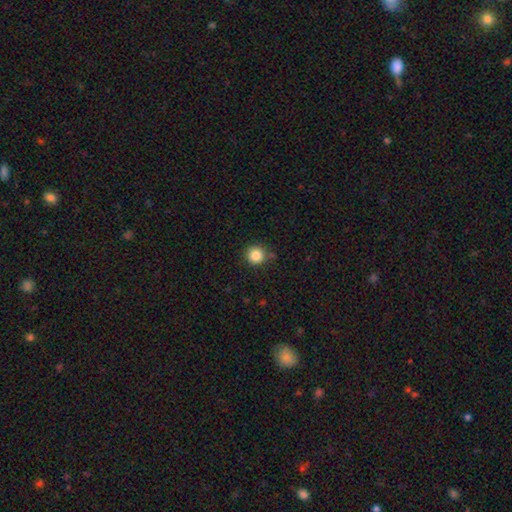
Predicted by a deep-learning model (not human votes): The model was most divided on "smooth or featured": smooth: 85%, star or artifact: 11%, featured or disk: 4%. More confident: how rounded — round (94%); merging — none (85%).